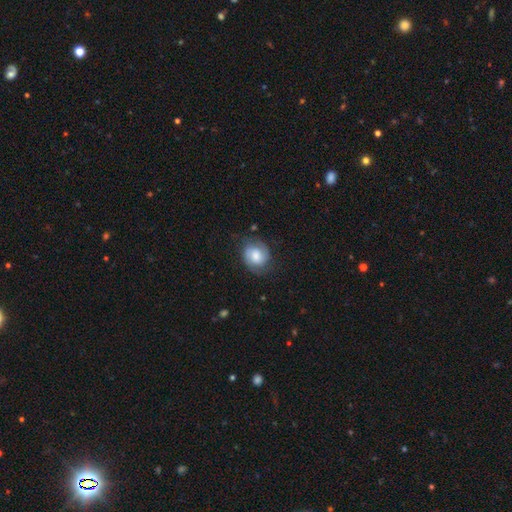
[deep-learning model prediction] smooth 47%, featured or disk 45%, star or artifact 8%. Down the decision tree: merging — none (69%).